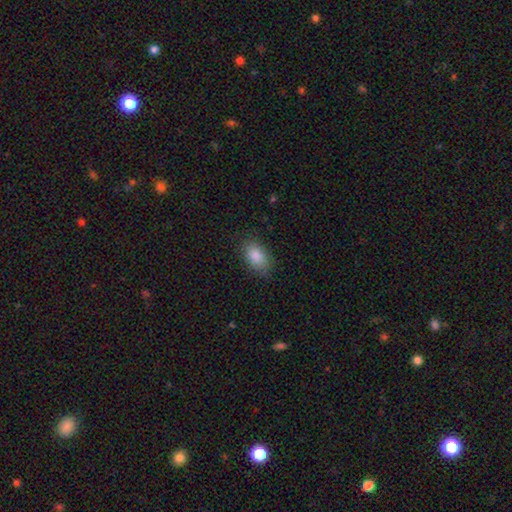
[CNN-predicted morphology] A smooth galaxy with no disk features (87%) that is in between round and cigar-shaped (89%).

Vote fractions:
- Smooth or featured? smooth: 87% / star or artifact: 8% / featured or disk: 6%
- How rounded? in between: 89% / round: 9% / cigar-shaped: 2%
- Merging? none: 82% / minor disturbance: 14% / major disturbance: 3% / merger: 1%